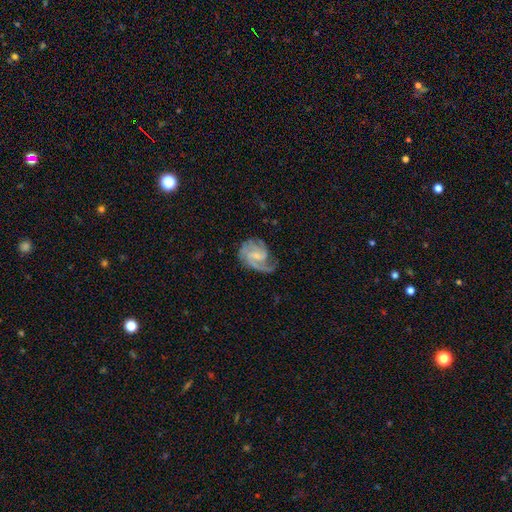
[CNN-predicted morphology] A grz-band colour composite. It shows a featured or disk galaxy (84%) with a weak bar (52%), 2 (33%) medium (48%) spiral arms (96%) and a small central bulge (46%). Merging: none (57%).